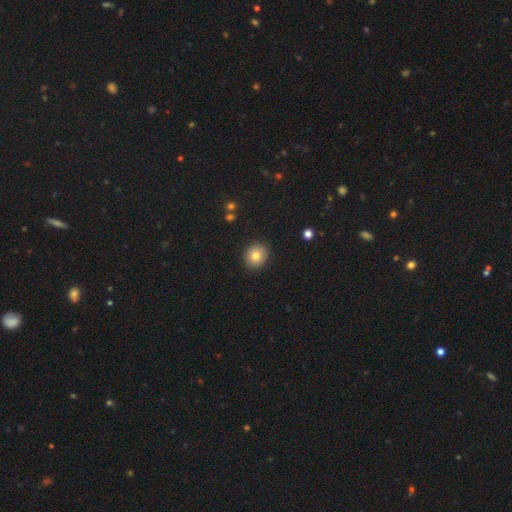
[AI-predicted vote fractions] Smooth or featured? Predicted: smooth (p=0.80). How rounded? Predicted: round (p=0.80). Merging? Predicted: none (p=0.90).